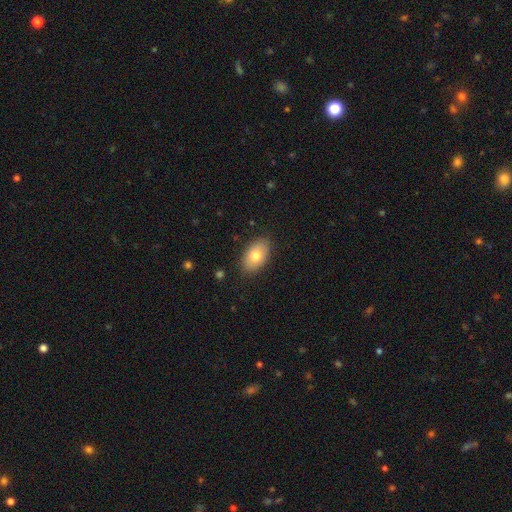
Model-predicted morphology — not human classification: Overall: smooth (77%). How rounded: in between (92%). Merging: none (85%).